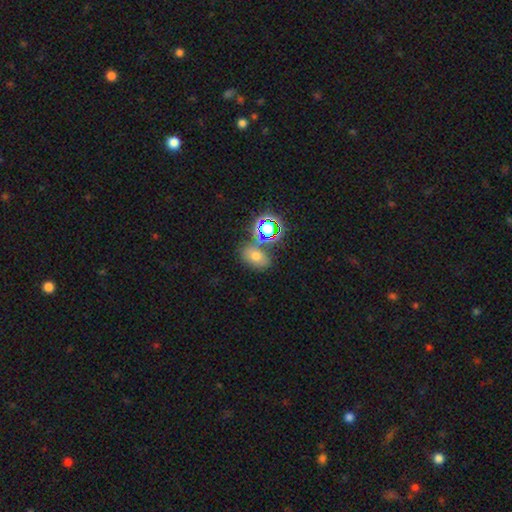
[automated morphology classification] Smooth or featured: smooth — 59% (star or artifact — 28%)
How rounded: in between — 79% (round — 19%)
Merging: none — 65% (merger — 16%)